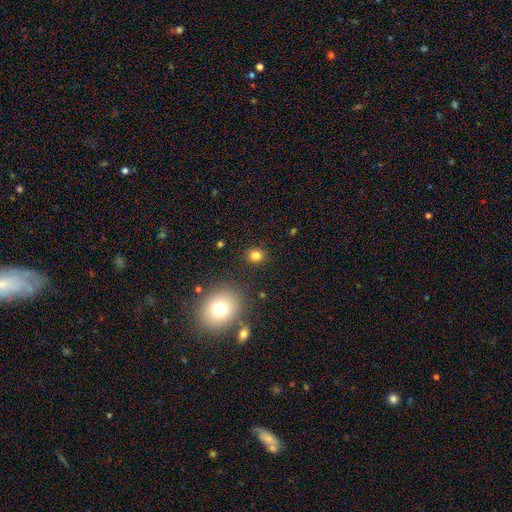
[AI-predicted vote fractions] Q: Smooth or featured?
A: smooth (80%); runner-up: star or artifact (14%)
Q: How rounded?
A: round (76%); runner-up: in between (23%)
Q: Merging?
A: none (85%); runner-up: minor disturbance (9%)